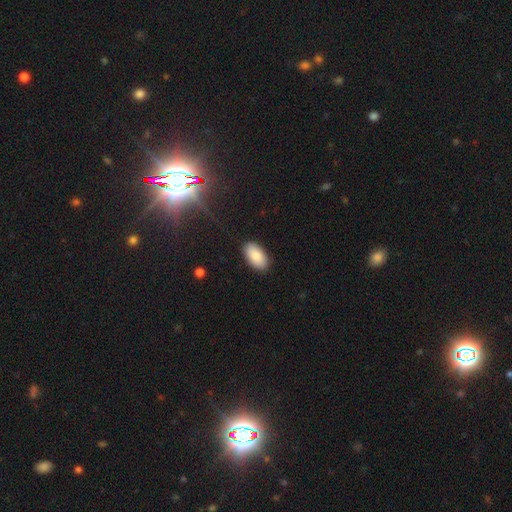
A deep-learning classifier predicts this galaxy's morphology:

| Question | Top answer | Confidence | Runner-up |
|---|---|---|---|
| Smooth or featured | smooth | 89% | star or artifact (6%) |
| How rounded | in between | 96% | round (2%) |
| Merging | none | 88% | minor disturbance (9%) |